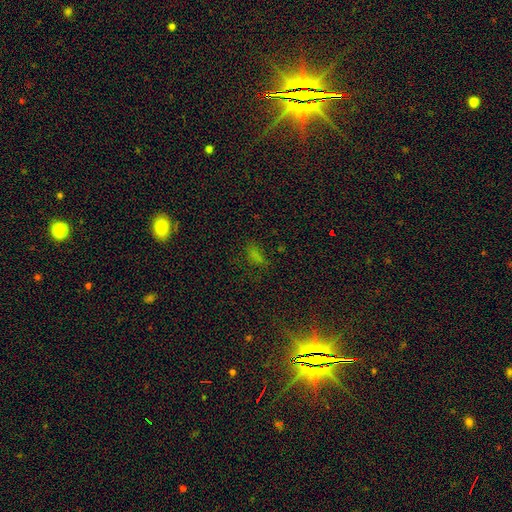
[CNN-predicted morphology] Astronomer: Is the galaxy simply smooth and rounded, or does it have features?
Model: smooth — 55% (runner-up: star or artifact, 36%).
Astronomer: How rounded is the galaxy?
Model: in between — 76%.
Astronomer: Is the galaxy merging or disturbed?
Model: none — 59%.